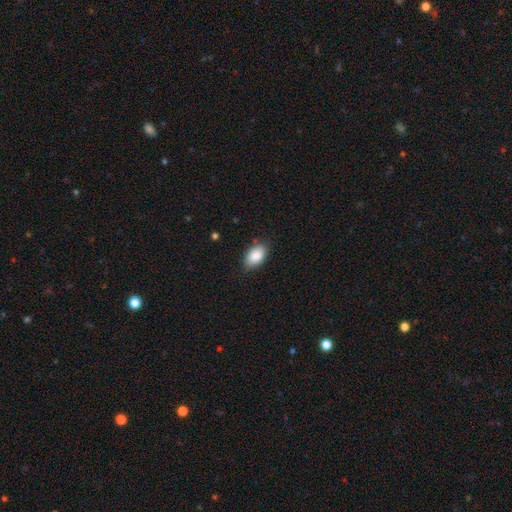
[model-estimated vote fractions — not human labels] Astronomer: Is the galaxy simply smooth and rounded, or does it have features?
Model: smooth — 87%.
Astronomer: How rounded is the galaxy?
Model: in between — 92%.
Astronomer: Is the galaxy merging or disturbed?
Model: none — 80%.